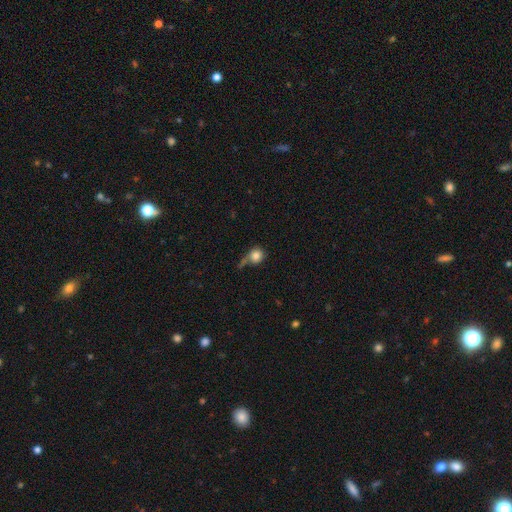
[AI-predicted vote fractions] Overall: smooth (81%). How rounded: round (84%). Merging: none (45%; minor disturbance 22%).